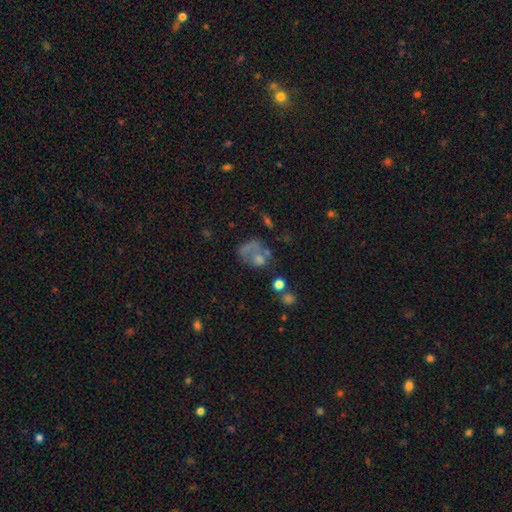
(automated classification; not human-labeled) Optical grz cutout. It shows a smooth galaxy with no disk features (48%). Merging: none (33%).